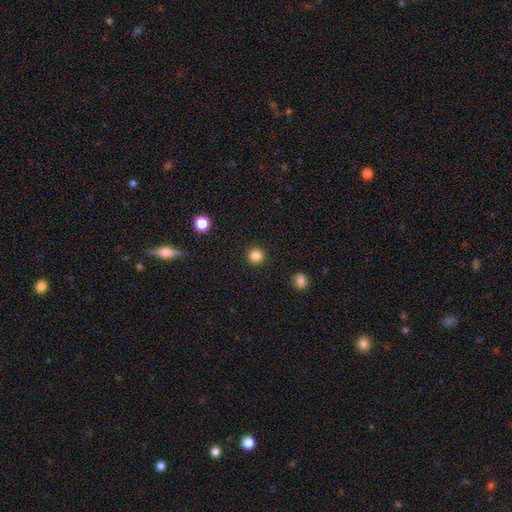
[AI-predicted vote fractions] Smooth or featured? smooth (84%)
How rounded? round (95%)
Merging? none (92%)